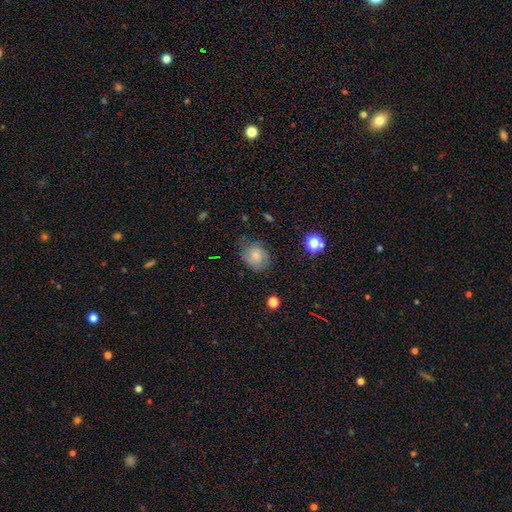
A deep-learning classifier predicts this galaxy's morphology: smooth 65%, featured or disk 25%, star or artifact 10%. Down the decision tree: how rounded — round (56%); merging — none (66%).